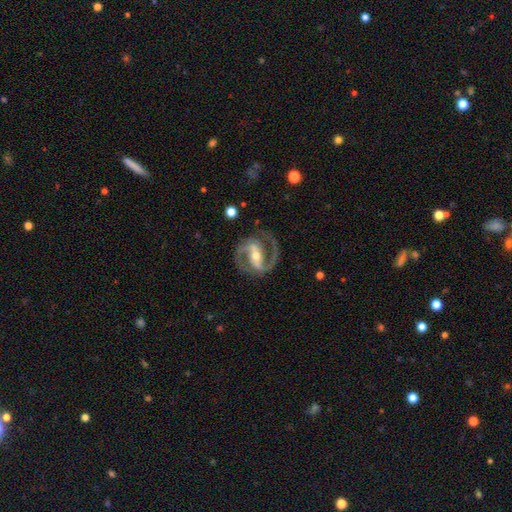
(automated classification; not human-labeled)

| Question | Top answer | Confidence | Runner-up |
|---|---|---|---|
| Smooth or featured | featured or disk | 93% | star or artifact (4%) |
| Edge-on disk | no | 97% | yes (3%) |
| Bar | strong | 66% | weak (24%) |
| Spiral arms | yes | 98% | no (2%) |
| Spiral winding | medium | 63% | tight (25%) |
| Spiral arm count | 2 | 94% | can't tell (2%) |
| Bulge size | moderate | 49% | small (47%) |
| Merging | none | 82% | minor disturbance (11%) |